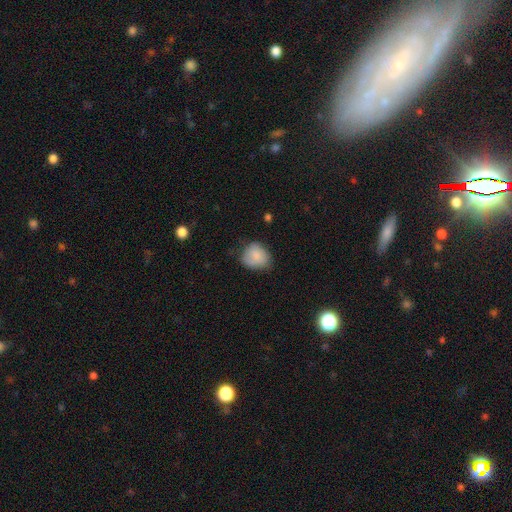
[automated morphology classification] Overall: smooth (81%). How rounded: round (62%; in between 37%). Merging: none (55%; minor disturbance 35%).